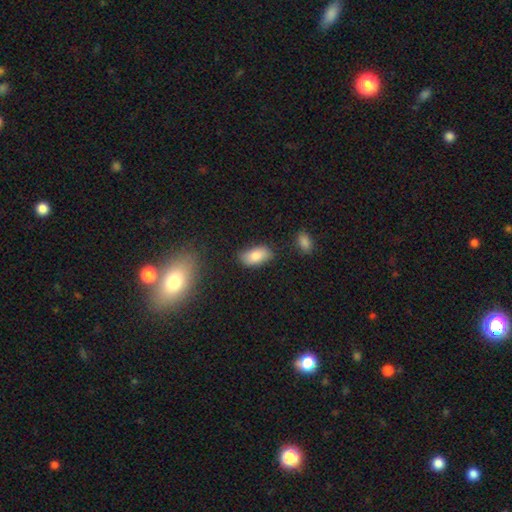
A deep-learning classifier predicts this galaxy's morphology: The model was most divided on "merging": none: 77%, minor disturbance: 17%, major disturbance: 4%, merger: 3%. More confident: how rounded — in between (93%); smooth or featured — smooth (84%).